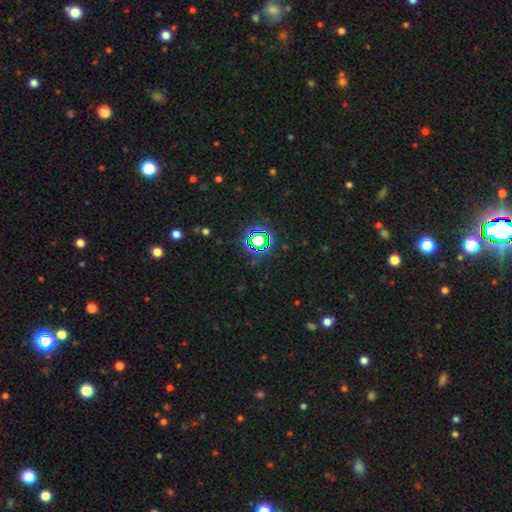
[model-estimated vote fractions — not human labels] Morphology: type=star or artifact (77%).